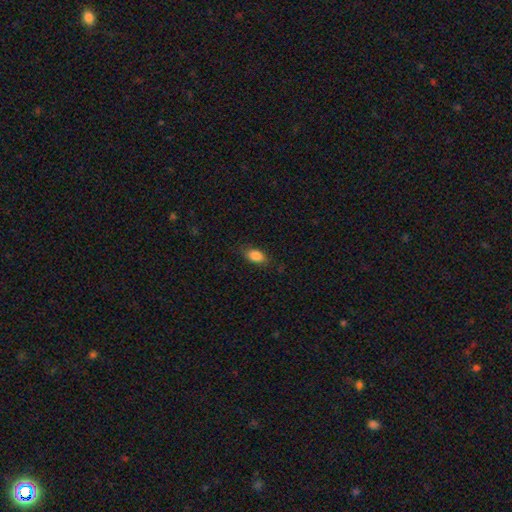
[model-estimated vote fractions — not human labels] Smooth or featured?
  - smooth: 85% *
  - star or artifact: 8%
  - featured or disk: 7%
How rounded?
  - in between: 87% *
  - round: 9%
  - cigar-shaped: 4%
Merging?
  - none: 81% *
  - minor disturbance: 14%
  - major disturbance: 4%
  - merger: 1%